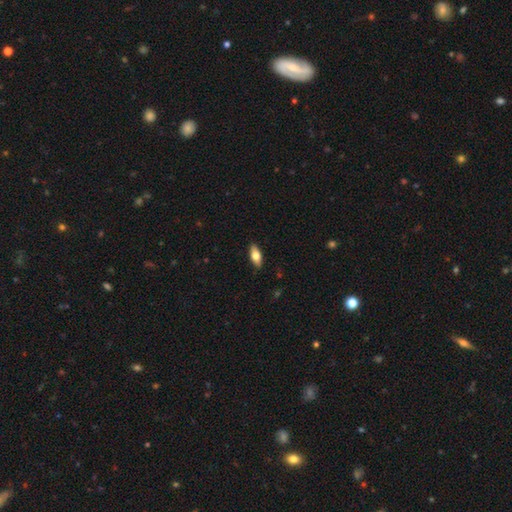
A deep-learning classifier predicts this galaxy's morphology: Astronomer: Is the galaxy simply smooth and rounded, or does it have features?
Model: smooth — 69%.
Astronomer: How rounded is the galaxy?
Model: in between — 81%.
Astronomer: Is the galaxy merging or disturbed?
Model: none — 88%.